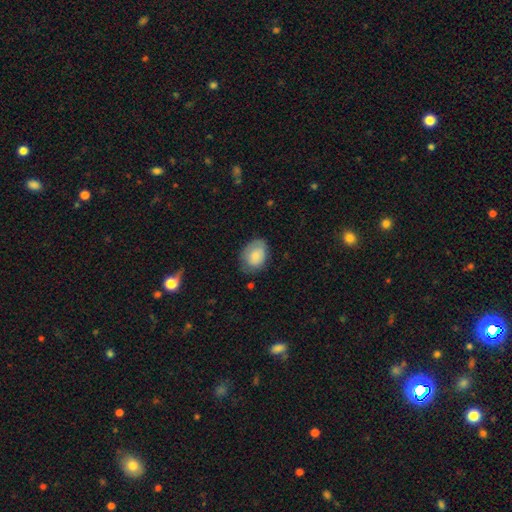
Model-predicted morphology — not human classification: Smooth or featured? Predicted: smooth (p=0.76). How rounded? Predicted: in between (p=0.75). Merging? Predicted: none (p=0.61).